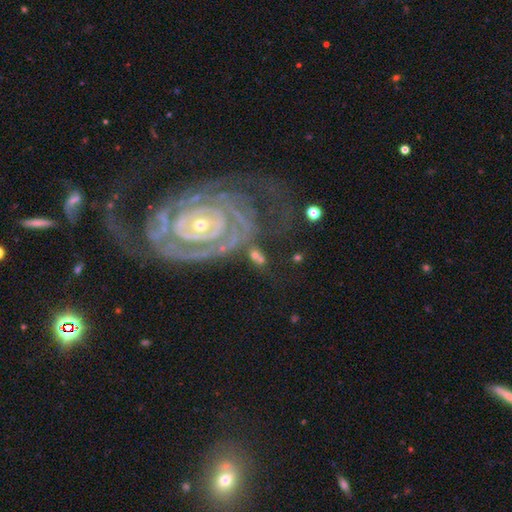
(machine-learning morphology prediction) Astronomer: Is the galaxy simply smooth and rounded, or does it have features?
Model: featured or disk — 72%.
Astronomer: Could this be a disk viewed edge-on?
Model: no — 95%.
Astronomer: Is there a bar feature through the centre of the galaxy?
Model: no — 59%.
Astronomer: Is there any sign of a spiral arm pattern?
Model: yes — 89%.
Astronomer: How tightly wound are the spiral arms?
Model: tight — 73%.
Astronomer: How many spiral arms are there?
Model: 2 — 37% (runner-up: can't tell, 24%).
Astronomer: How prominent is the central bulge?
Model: small — 48% (runner-up: moderate, 45%).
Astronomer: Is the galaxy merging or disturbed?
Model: none — 58%.